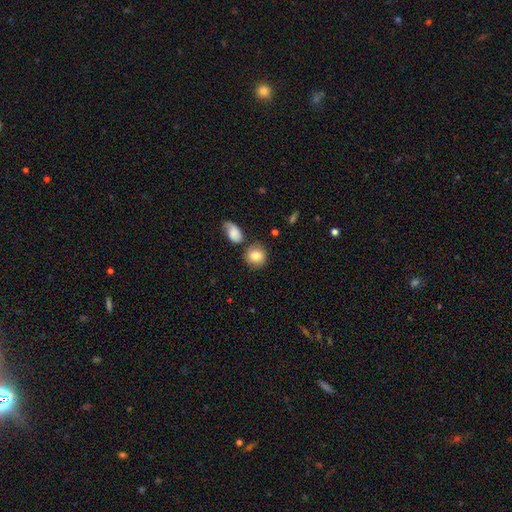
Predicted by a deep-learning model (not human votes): Smooth or featured? smooth (81%)
How rounded? round (79%)
Merging? none (72%)